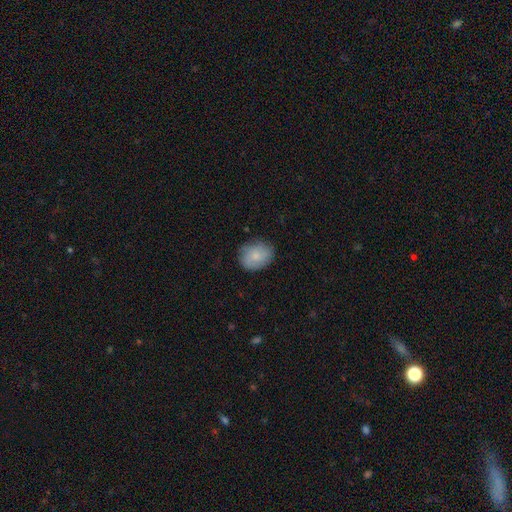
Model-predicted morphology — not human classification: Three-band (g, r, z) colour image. It shows a smooth galaxy with no disk features (79%) that is in between round and cigar-shaped (52%). Merging: none (77%).